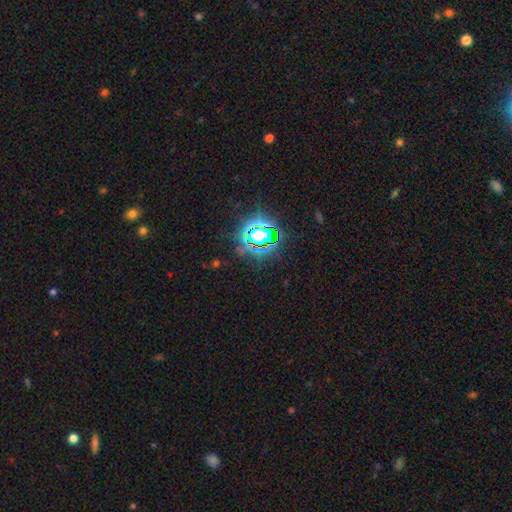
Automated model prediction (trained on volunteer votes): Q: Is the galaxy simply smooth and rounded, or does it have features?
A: star or artifact — 81%.